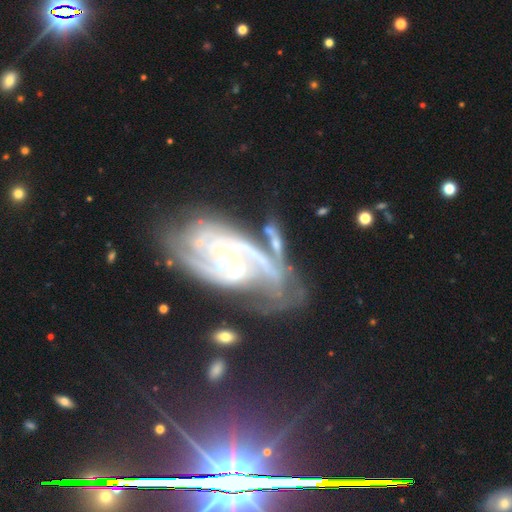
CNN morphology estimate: Overall: featured or disk (86%). Edge-on disk: no (94%). Bar: no (60%; weak 28%). Spiral arms: yes (94%). Spiral arm count: 2 (35%; 3 23%). Spiral winding: tight (48%; medium 38%). Bulge size: small (60%; moderate 33%). Merging: none (39%; merger 22%).